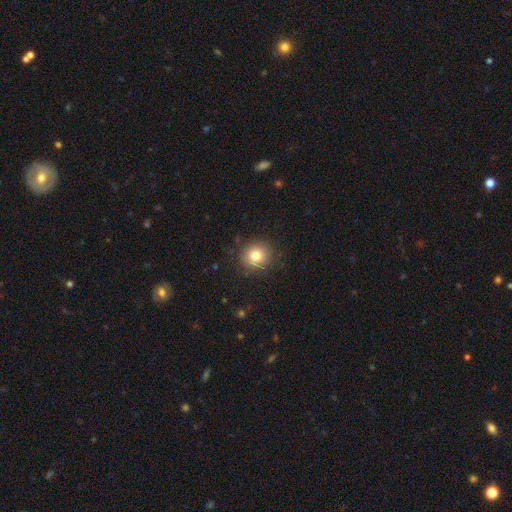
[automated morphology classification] smooth_or_featured: smooth (p=0.80) [alt: star or artifact p=0.11]
how_rounded: round (p=0.90) [alt: in between p=0.09]
merging: none (p=0.88) [alt: minor disturbance p=0.08]